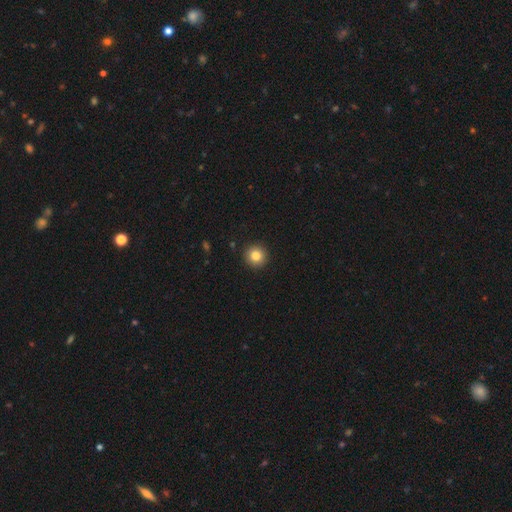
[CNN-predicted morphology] smooth-or-featured: smooth: 83% | star or artifact: 10% | featured or disk: 6%
  how-rounded: round: 95% | in between: 4% | cigar-shaped: 1%
  merging: none: 93% | minor disturbance: 5% | major disturbance: 1% | merger: 1%